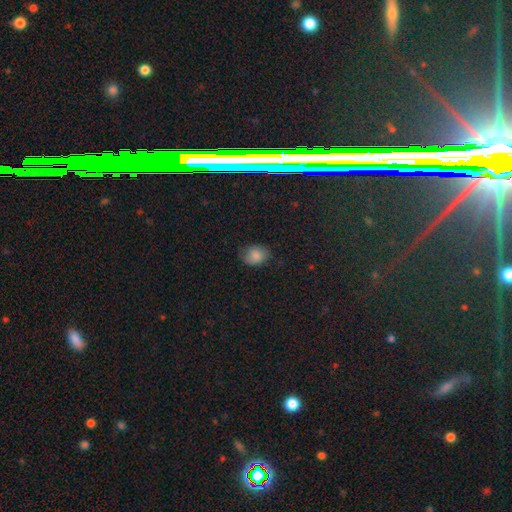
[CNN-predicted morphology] Smooth or featured? Predicted: smooth (p=0.81). How rounded? Predicted: in between (p=0.59). Merging? Predicted: none (p=0.67).